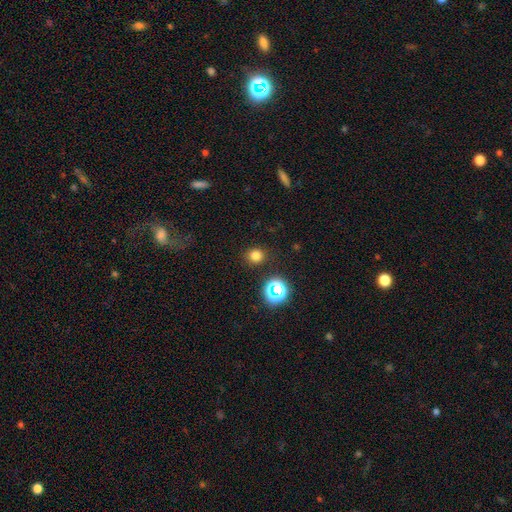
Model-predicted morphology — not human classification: smooth-or-featured: smooth: 77% | star or artifact: 18% | featured or disk: 5%
  how-rounded: round: 83% | in between: 16% | cigar-shaped: 1%
  merging: none: 88% | minor disturbance: 7% | major disturbance: 3% | merger: 2%